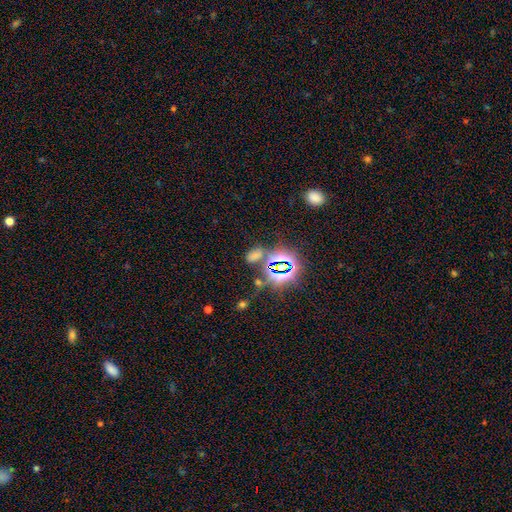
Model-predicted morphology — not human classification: Q: Smooth or featured?
A: star or artifact (52%); runner-up: smooth (40%)